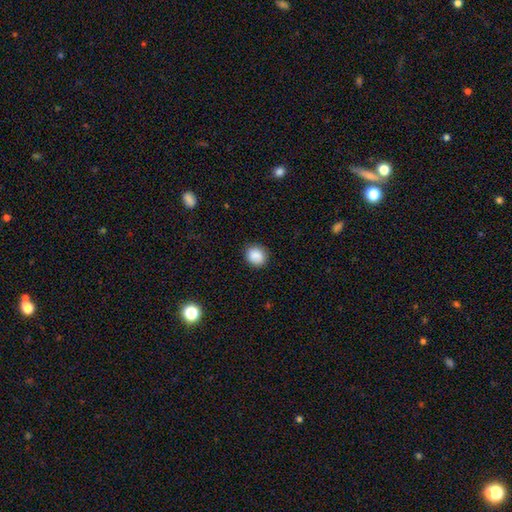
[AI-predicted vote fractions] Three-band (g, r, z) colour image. It shows a smooth galaxy with no disk features (88%) that is round (67%). Merging: none (87%).